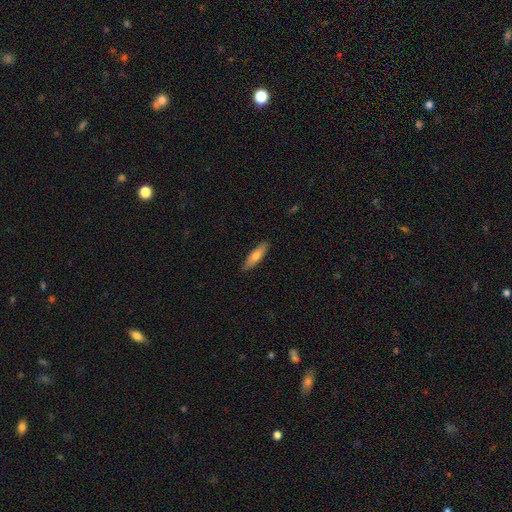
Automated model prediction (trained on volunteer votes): The model was most divided on "smooth or featured": smooth: 68%, featured or disk: 26%, star or artifact: 6%. More confident: merging — none (89%); how rounded — cigar-shaped (73%).